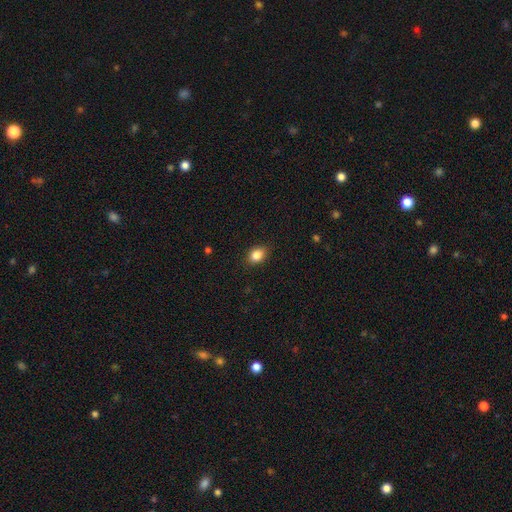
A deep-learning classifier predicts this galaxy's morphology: Smooth or featured?
  - smooth: 85% *
  - star or artifact: 9%
  - featured or disk: 5%
How rounded?
  - in between: 65% *
  - round: 34%
  - cigar-shaped: 1%
Merging?
  - none: 87% *
  - minor disturbance: 9%
  - major disturbance: 2%
  - merger: 1%